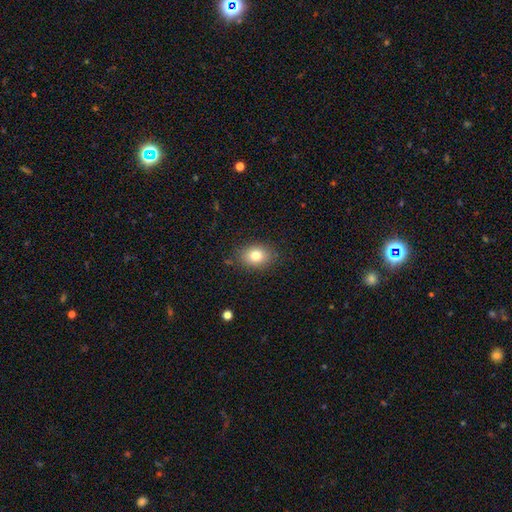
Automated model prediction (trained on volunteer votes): smooth-or-featured: smooth: 79% | star or artifact: 11% | featured or disk: 10%
  how-rounded: in between: 56% | round: 43% | cigar-shaped: 1%
  merging: none: 85% | minor disturbance: 11% | major disturbance: 3% | merger: 1%